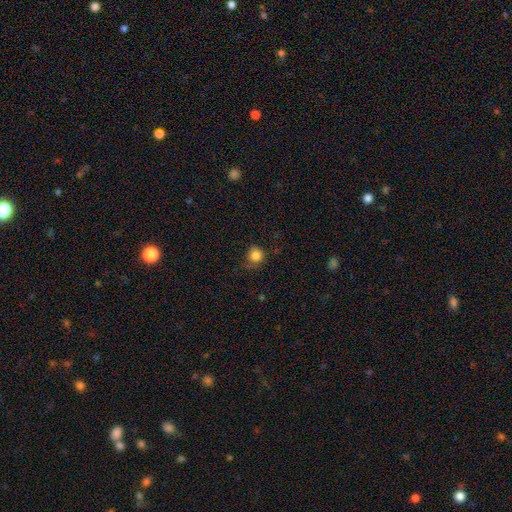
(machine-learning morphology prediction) Overall: smooth (84%). How rounded: round (88%). Merging: none (69%).